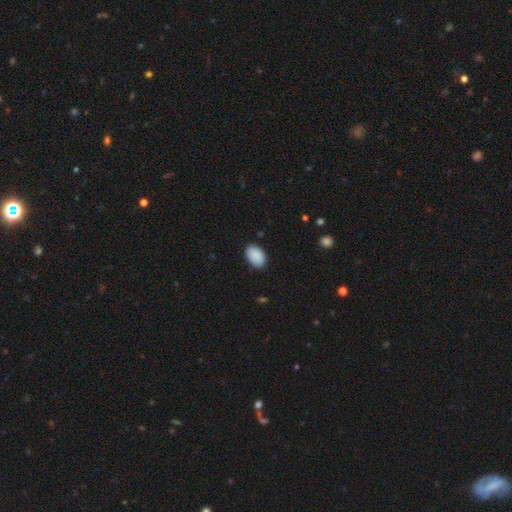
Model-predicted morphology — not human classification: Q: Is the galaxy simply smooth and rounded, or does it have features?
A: smooth — 91%.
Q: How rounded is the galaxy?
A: in between — 90%.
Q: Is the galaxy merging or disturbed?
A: none — 87%.